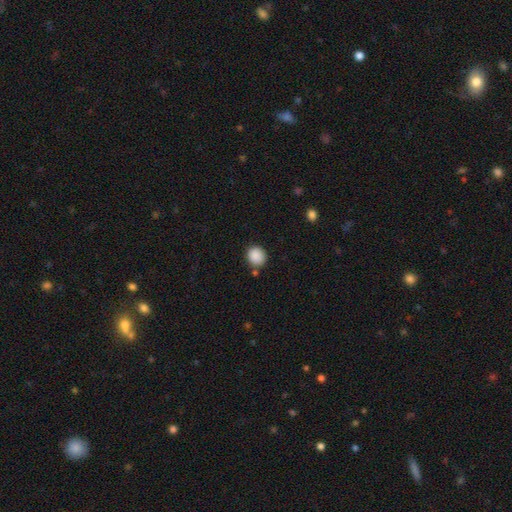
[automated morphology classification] type=smooth (89%); roundness=round (77%); merging=none (80%).